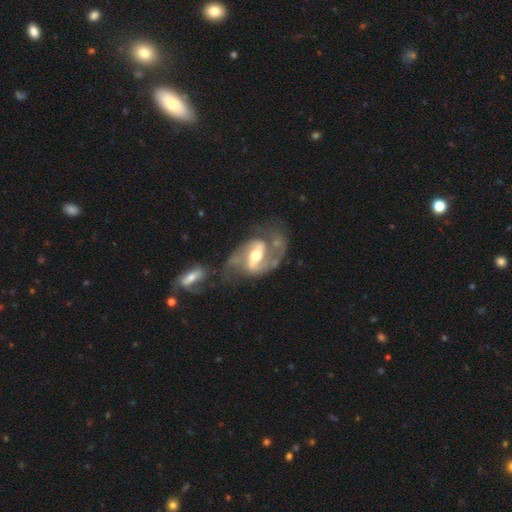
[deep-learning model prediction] This appears to be a featured or disk galaxy (89%) with a strong bar (47%), 2 (90%) medium (52%) spiral arms (96%) and a moderate central bulge (70%). Merging: none (49%).